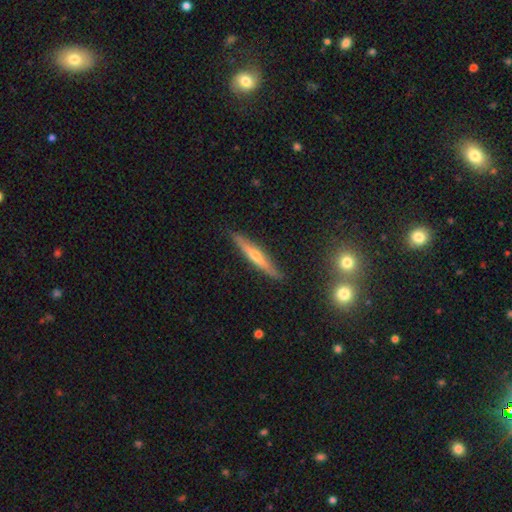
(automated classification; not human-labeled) featured or disk 57%, smooth 36%, star or artifact 7%. Down the decision tree: edge-on disk — yes (94%); edge-on bulge — rounded (73%); merging — none (88%).